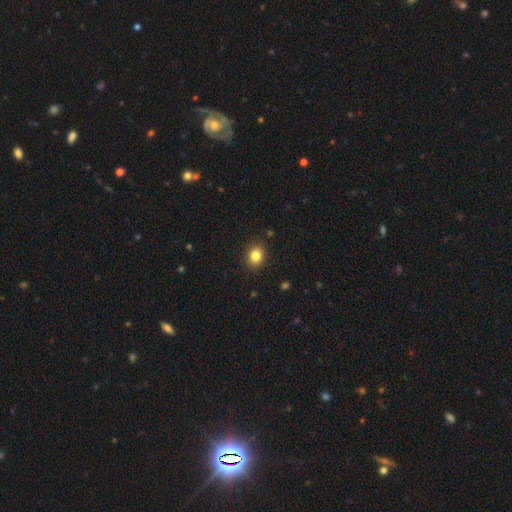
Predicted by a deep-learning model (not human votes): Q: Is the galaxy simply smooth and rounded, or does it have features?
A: smooth — 83%.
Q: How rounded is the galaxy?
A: round — 55%.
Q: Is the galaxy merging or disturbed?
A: none — 88%.